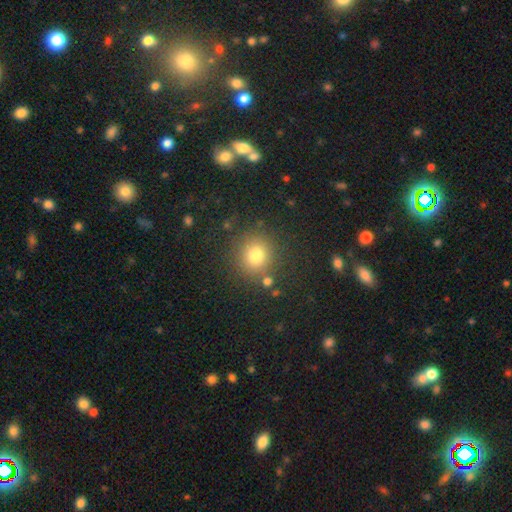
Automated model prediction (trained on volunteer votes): A smooth galaxy with no disk features (77%) that is round (88%). Merging: none (84%).